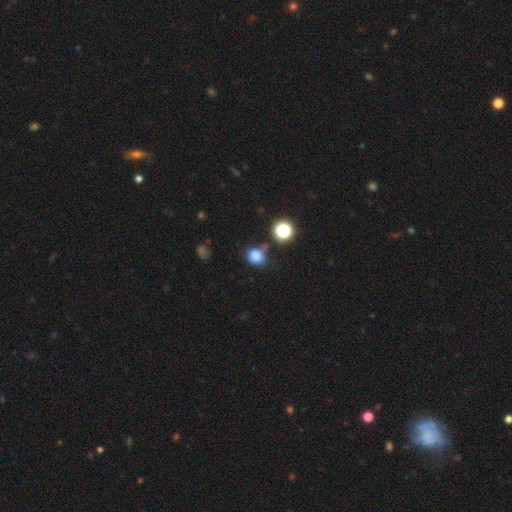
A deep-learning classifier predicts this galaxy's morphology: type=smooth (79%); roundness=round (70%); merging=none (63%).